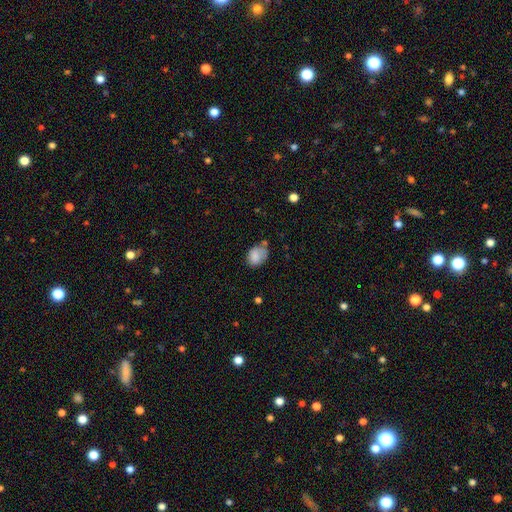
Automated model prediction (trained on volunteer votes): Smooth or featured: smooth — 81% (featured or disk — 11%)
How rounded: in between — 65% (round — 34%)
Merging: none — 53% (minor disturbance — 29%)